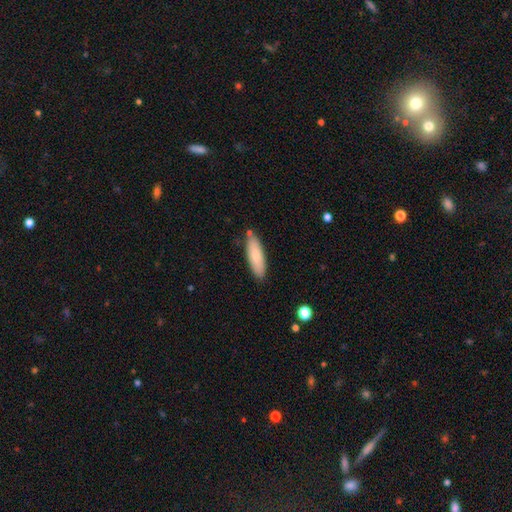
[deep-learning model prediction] A smooth galaxy with no disk features (80%) that is cigar-shaped (56%). Merging: none (82%).